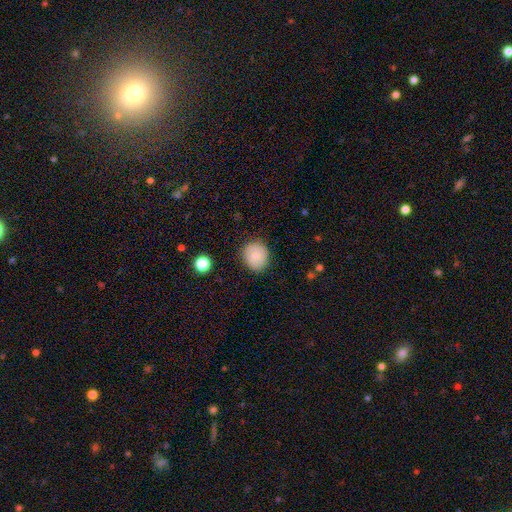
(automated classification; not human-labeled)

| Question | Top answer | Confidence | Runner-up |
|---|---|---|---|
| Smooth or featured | smooth | 84% | featured or disk (8%) |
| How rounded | round | 71% | in between (29%) |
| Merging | none | 84% | minor disturbance (12%) |